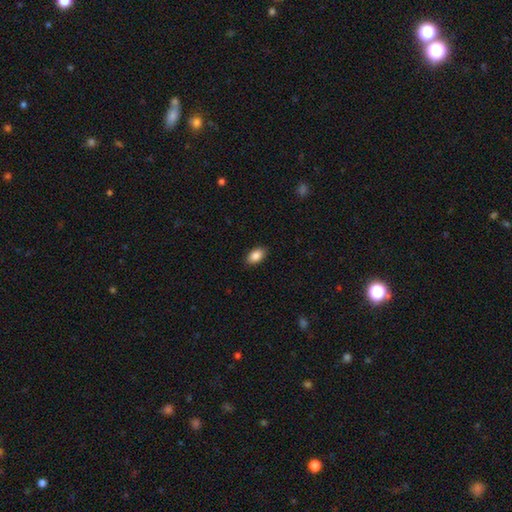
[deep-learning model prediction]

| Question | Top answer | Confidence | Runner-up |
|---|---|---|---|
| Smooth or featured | smooth | 88% | star or artifact (7%) |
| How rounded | in between | 92% | round (6%) |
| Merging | none | 89% | minor disturbance (8%) |